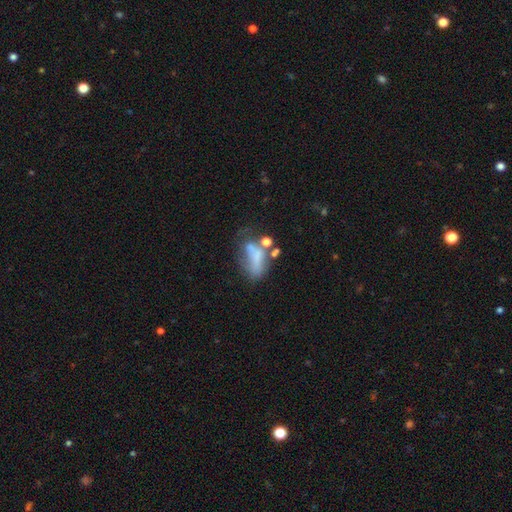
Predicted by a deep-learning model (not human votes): Q: Smooth or featured?
A: smooth (51%); runner-up: featured or disk (35%)
Q: How rounded?
A: in between (79%); runner-up: cigar-shaped (12%)
Q: Merging?
A: major disturbance (31%); runner-up: merger (25%)